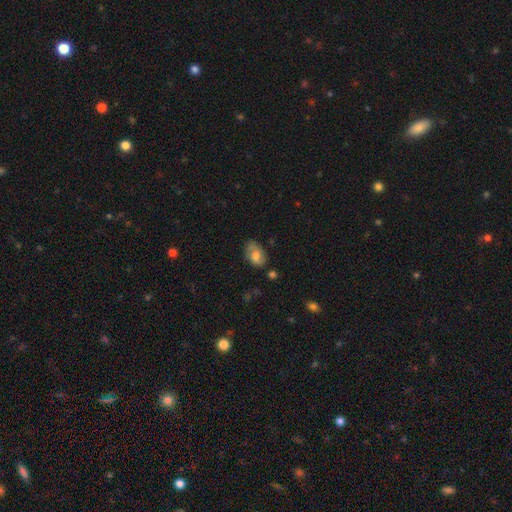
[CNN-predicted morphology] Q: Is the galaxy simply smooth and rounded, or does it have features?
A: smooth — 63%.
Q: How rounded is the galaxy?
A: in between — 86%.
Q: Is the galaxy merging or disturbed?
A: none — 61%.